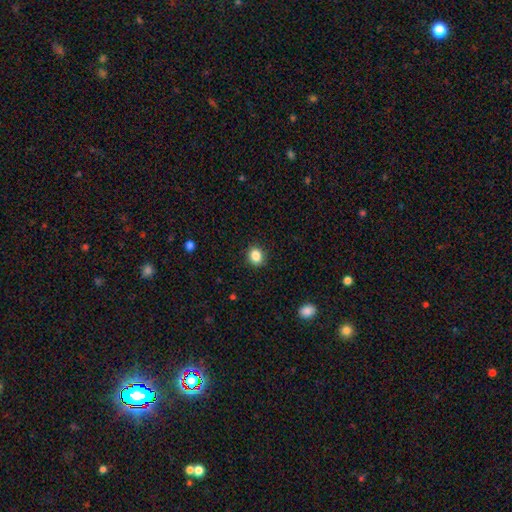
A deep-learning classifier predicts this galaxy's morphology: Smooth or featured? Predicted: smooth (p=0.86). How rounded? Predicted: round (p=0.66). Merging? Predicted: none (p=0.89).